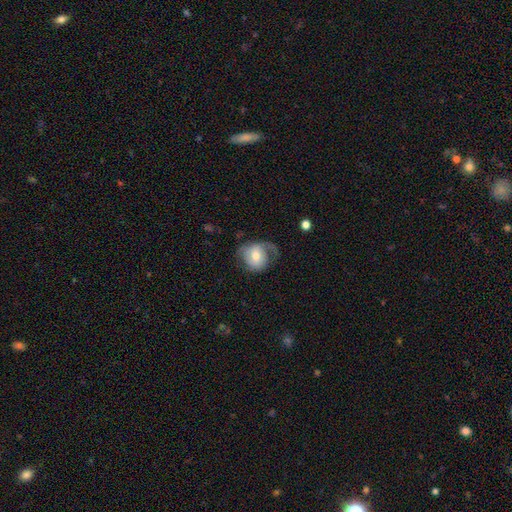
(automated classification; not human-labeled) This is possibly a smooth galaxy (50%). Merging: marginally none (39%).